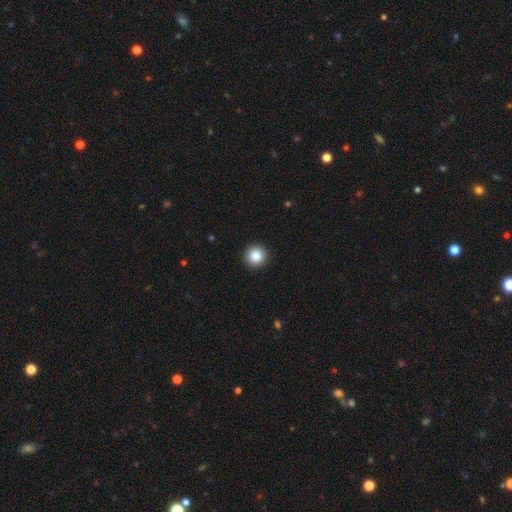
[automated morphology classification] Overall: smooth (83%). How rounded: round (95%). Merging: none (94%).